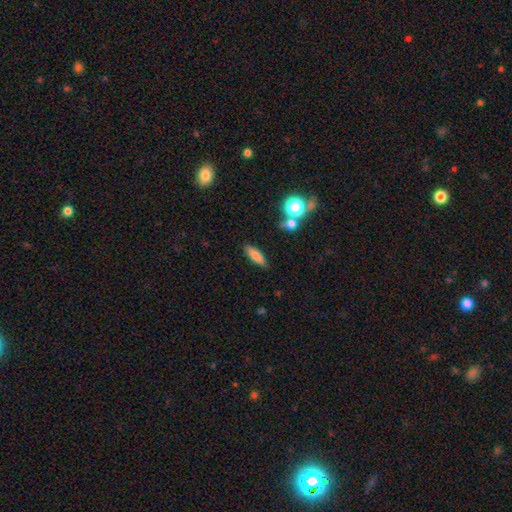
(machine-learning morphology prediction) Smooth or featured? Predicted: smooth (p=0.76). How rounded? Predicted: cigar-shaped (p=0.51). Merging? Predicted: none (p=0.84).